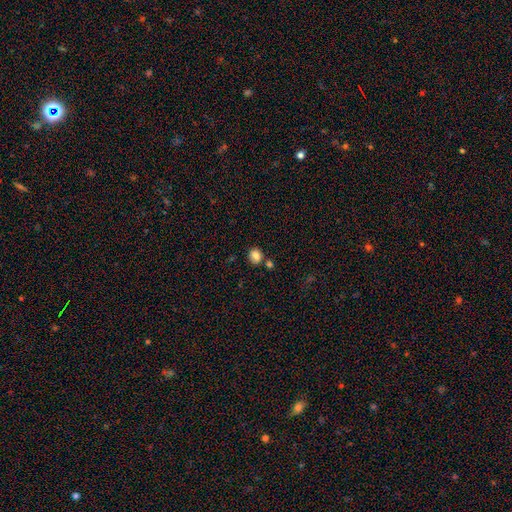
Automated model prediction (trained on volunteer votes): This appears to be a smooth galaxy with no disk features (83%) that is round (66%). Merging: none (75%).